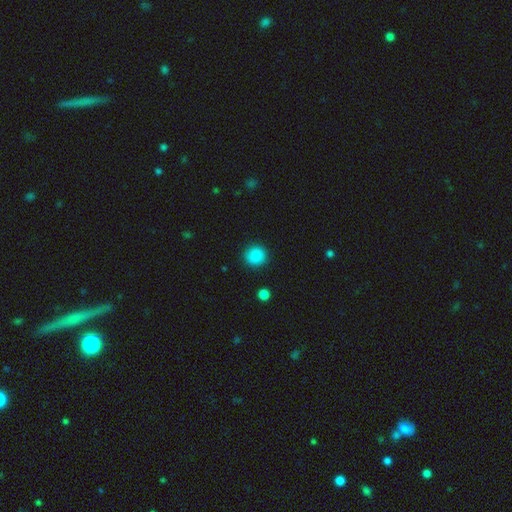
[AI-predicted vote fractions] This appears to be a smooth galaxy with no disk features (88%) that is round (89%). Merging: none (89%).